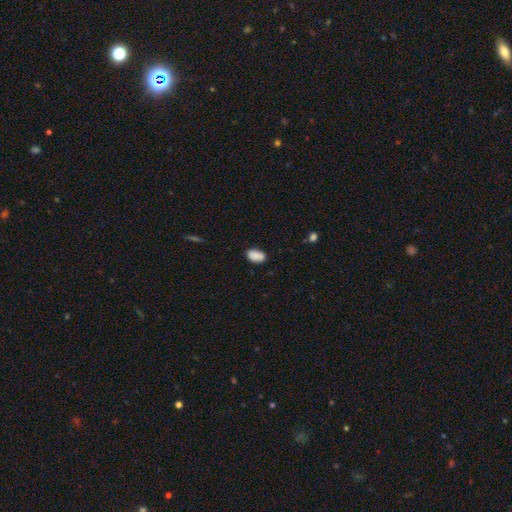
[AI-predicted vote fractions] A smooth galaxy with no disk features (87%) that is in between round and cigar-shaped (91%). Merging: none (81%).